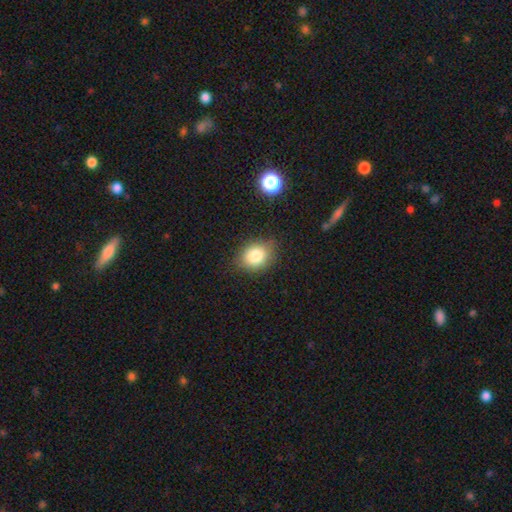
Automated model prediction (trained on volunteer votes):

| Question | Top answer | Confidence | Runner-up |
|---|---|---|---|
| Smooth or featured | smooth | 82% | star or artifact (10%) |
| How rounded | in between | 56% | round (43%) |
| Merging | none | 80% | minor disturbance (15%) |